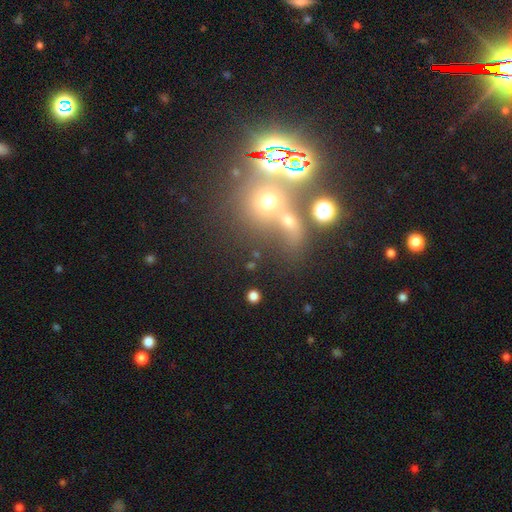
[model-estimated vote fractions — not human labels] Smooth or featured?
  - star or artifact: 58% *
  - smooth: 24%
  - featured or disk: 17%